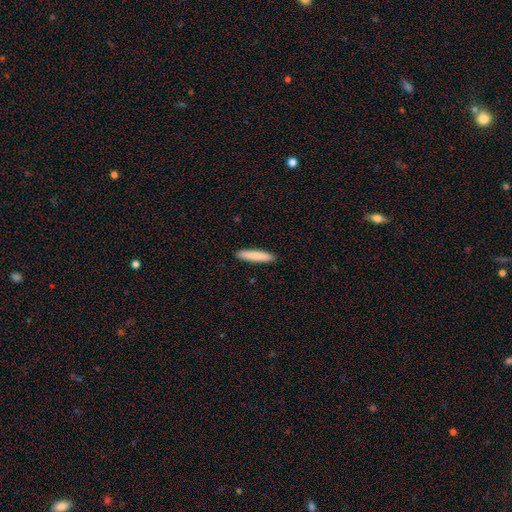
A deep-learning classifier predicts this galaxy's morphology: A smooth galaxy with no disk features (84%) that is cigar-shaped (90%). Merging: none (92%).